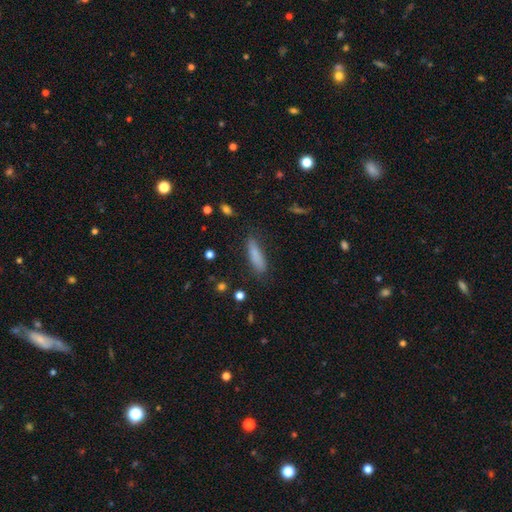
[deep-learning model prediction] smooth-or-featured: smooth: 82% | featured or disk: 10% | star or artifact: 8%
  how-rounded: cigar-shaped: 66% | in between: 32% | round: 2%
  merging: none: 80% | minor disturbance: 15% | major disturbance: 4% | merger: 2%